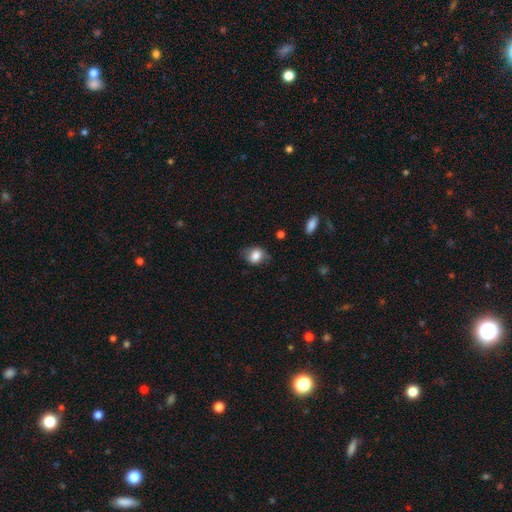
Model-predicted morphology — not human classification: smooth_or_featured: smooth (p=0.79) [alt: featured or disk p=0.12]
how_rounded: in between (p=0.55) [alt: round p=0.44]
merging: none (p=0.62) [alt: minor disturbance p=0.28]